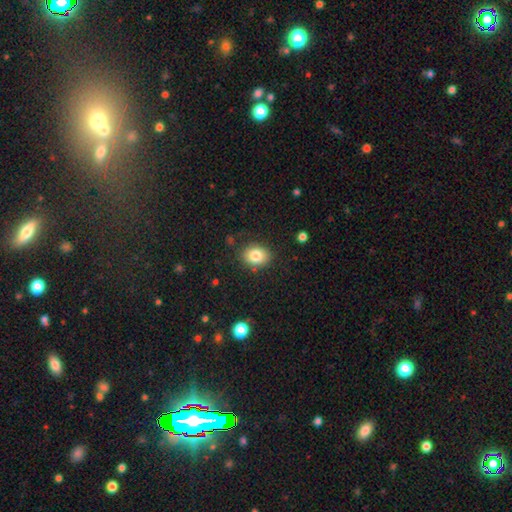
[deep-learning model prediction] This is clearly a smooth galaxy (82%). How rounded: possibly in between (54%). Merging: clearly none (85%).